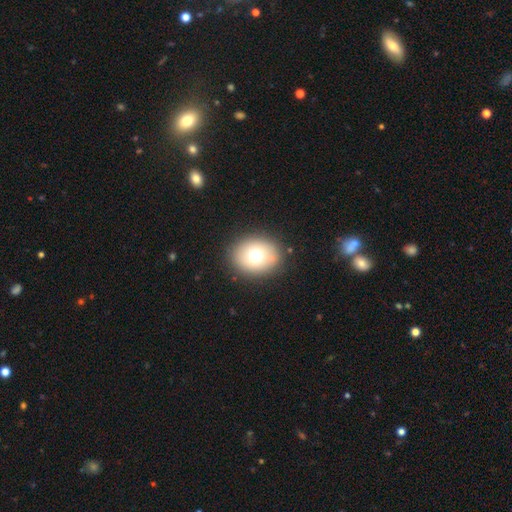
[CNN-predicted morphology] A smooth galaxy with no disk features (71%) that is round (58%).

Vote fractions:
- Smooth or featured? smooth: 71% / featured or disk: 17% / star or artifact: 11%
- How rounded? round: 58% / in between: 41% / cigar-shaped: 1%
- Merging? none: 86% / minor disturbance: 9% / major disturbance: 3% / merger: 2%